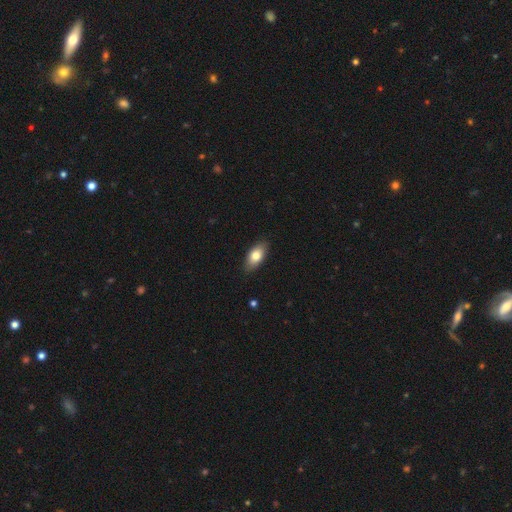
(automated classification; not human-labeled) smooth-or-featured: smooth: 79% | featured or disk: 15% | star or artifact: 6%
  how-rounded: in between: 90% | cigar-shaped: 6% | round: 4%
  merging: none: 86% | minor disturbance: 11% | major disturbance: 2% | merger: 1%